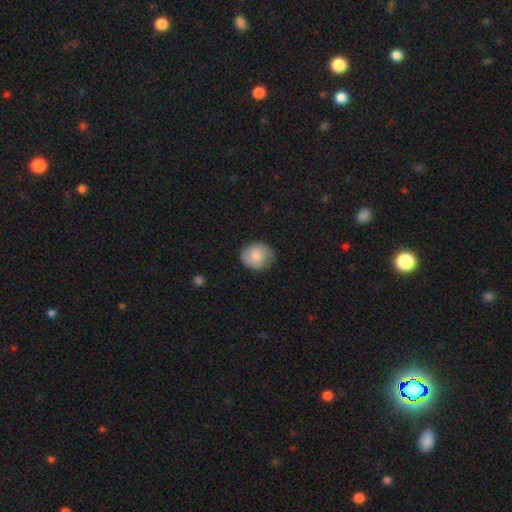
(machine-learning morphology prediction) Smooth or featured? Predicted: smooth (p=0.80). How rounded? Predicted: round (p=0.78). Merging? Predicted: none (p=0.81).